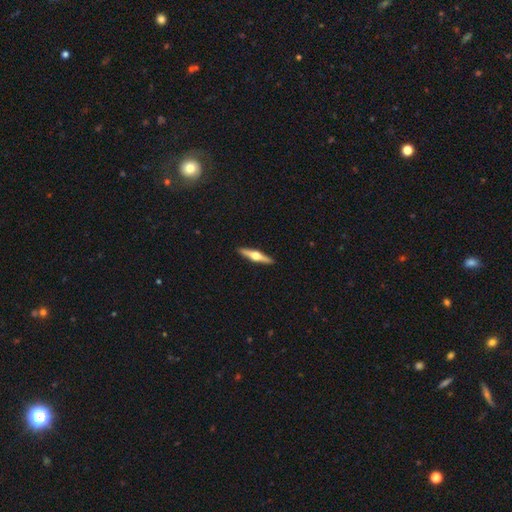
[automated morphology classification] Q: Smooth or featured?
A: featured or disk (72%); runner-up: smooth (23%)
Q: Edge-on disk?
A: yes (98%); runner-up: no (2%)
Q: Edge-on bulge?
A: rounded (96%); runner-up: boxy (3%)
Q: Merging?
A: none (92%); runner-up: minor disturbance (6%)